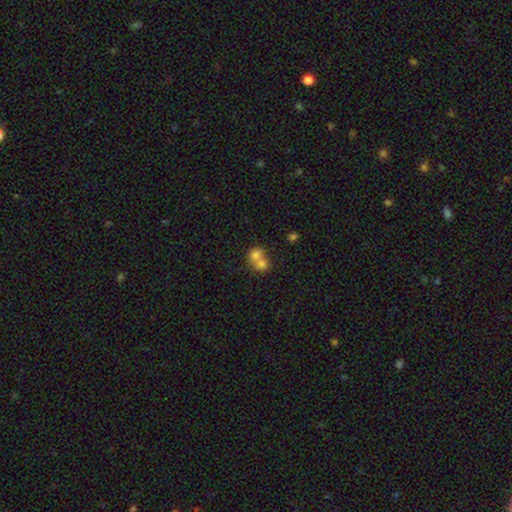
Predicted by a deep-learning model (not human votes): Smooth or featured?
  - smooth: 72% *
  - featured or disk: 18%
  - star or artifact: 10%
How rounded?
  - round: 73% *
  - in between: 27%
  - cigar-shaped: 1%
Merging?
  - merger: 70% *
  - none: 23%
  - minor disturbance: 5%
  - major disturbance: 2%